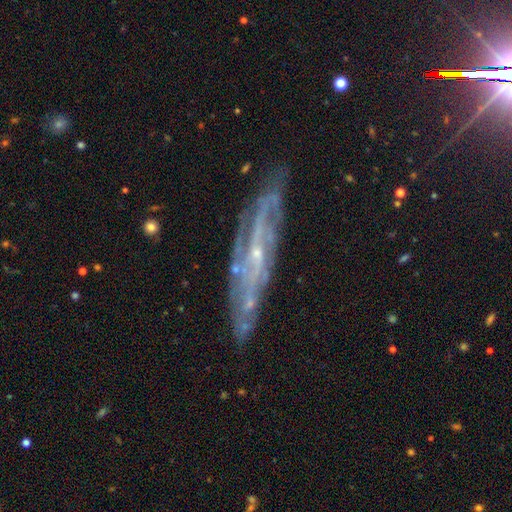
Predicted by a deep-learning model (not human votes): smooth_or_featured: featured or disk (p=0.81) [alt: star or artifact p=0.10]
disk_edge_on: no (p=0.64) [alt: yes p=0.36]
bar: no (p=0.48) [alt: weak p=0.37]
has_spiral_arms: yes (p=0.90) [alt: no p=0.10]
bulge_size: small (p=0.79) [alt: moderate p=0.15]
merging: none (p=0.75) [alt: minor disturbance p=0.18]